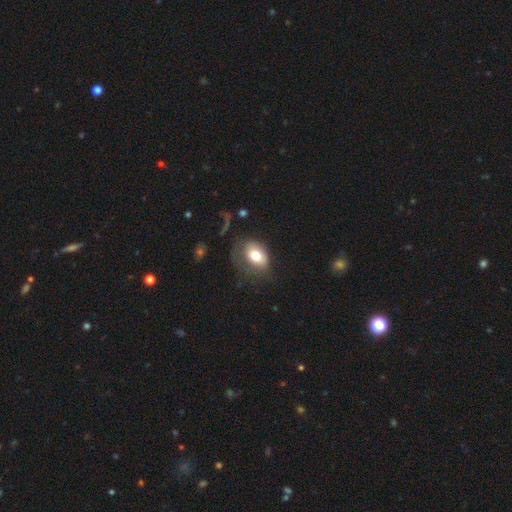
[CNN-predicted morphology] smooth_or_featured: smooth (p=0.71) [alt: featured or disk p=0.20]
how_rounded: in between (p=0.67) [alt: round p=0.32]
merging: none (p=0.46) [alt: minor disturbance p=0.26]